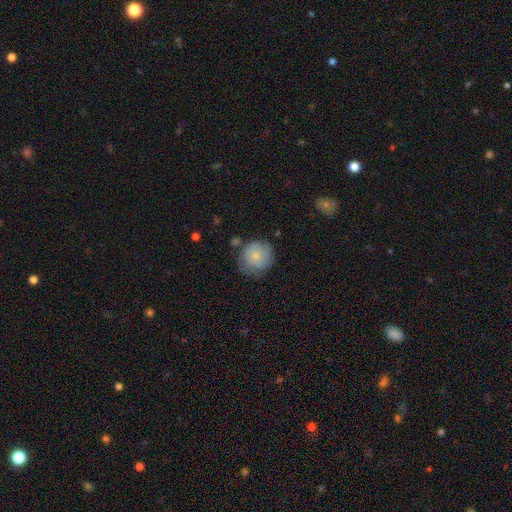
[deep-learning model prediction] Smooth or featured? smooth (78%)
How rounded? round (89%)
Merging? none (62%)